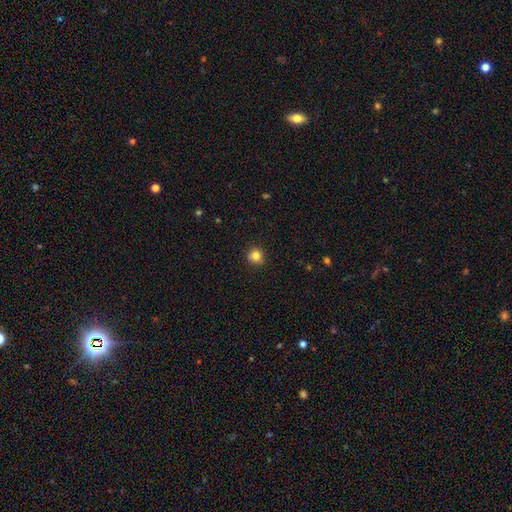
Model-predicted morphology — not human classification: smooth_or_featured: smooth (p=0.83) [alt: star or artifact p=0.12]
how_rounded: round (p=0.91) [alt: in between p=0.08]
merging: none (p=0.90) [alt: minor disturbance p=0.07]